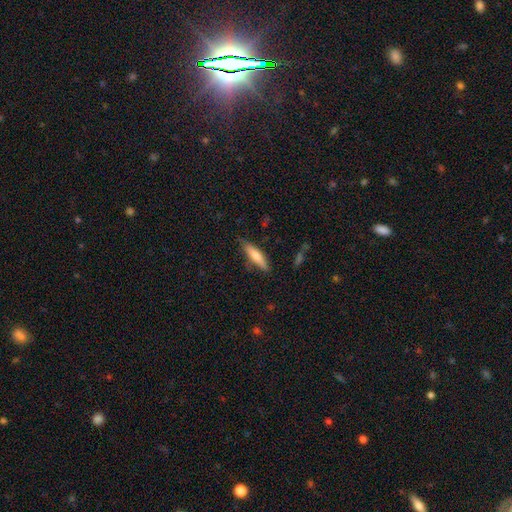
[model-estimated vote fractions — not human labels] A smooth galaxy with no disk features (61%) that is cigar-shaped (79%). Merging: none (81%).